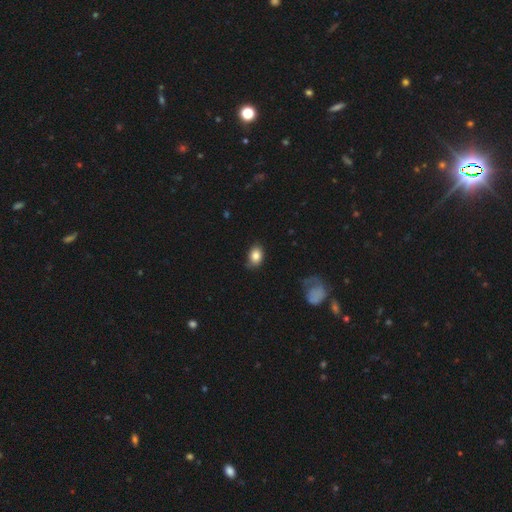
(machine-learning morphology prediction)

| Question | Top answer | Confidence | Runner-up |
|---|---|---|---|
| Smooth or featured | smooth | 84% | star or artifact (8%) |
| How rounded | in between | 73% | round (25%) |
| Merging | none | 75% | minor disturbance (19%) |